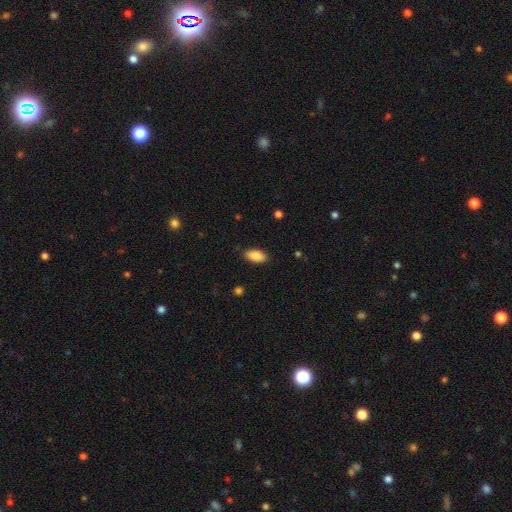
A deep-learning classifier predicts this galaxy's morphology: smooth_or_featured: smooth (p=0.89) [alt: star or artifact p=0.07]
how_rounded: in between (p=0.93) [alt: cigar-shaped p=0.04]
merging: none (p=0.88) [alt: minor disturbance p=0.09]